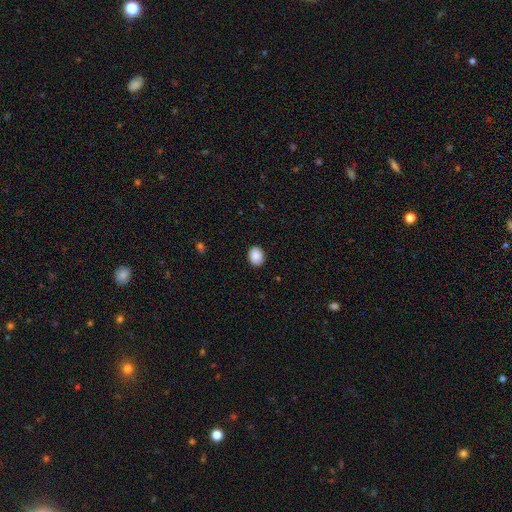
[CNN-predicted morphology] Smooth or featured: smooth — 89% (star or artifact — 8%)
How rounded: round — 57% (in between — 42%)
Merging: none — 90% (minor disturbance — 7%)